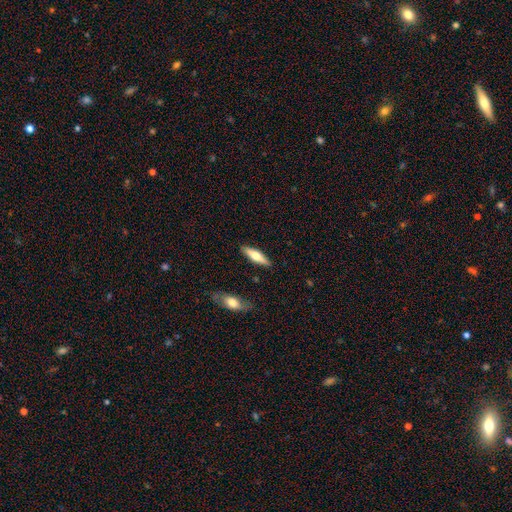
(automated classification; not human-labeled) A smooth galaxy with no disk features (54%) that is cigar-shaped (62%).

Vote fractions:
- Smooth or featured? smooth: 54% / featured or disk: 40% / star or artifact: 5%
- How rounded? cigar-shaped: 62% / in between: 36% / round: 2%
- Merging? none: 87% / minor disturbance: 9% / merger: 2% / major disturbance: 2%